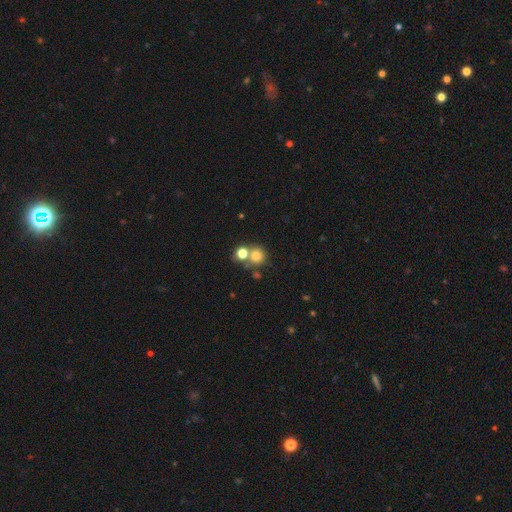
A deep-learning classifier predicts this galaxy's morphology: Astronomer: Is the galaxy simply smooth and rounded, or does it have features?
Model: smooth — 77%.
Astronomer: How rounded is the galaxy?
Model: round — 87%.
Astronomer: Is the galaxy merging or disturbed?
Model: none — 55% (runner-up: merger, 34%).